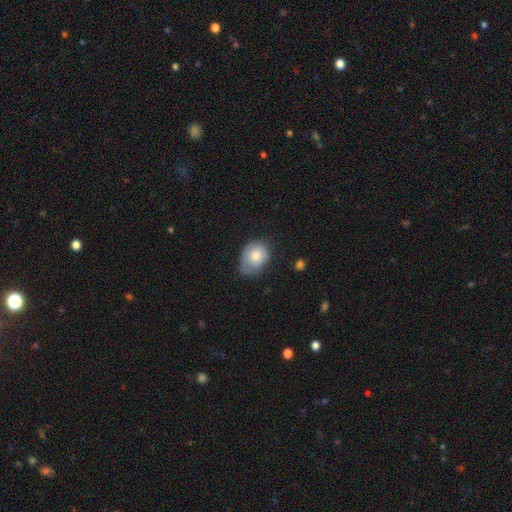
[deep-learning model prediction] A smooth galaxy with no disk features (77%) that is in between round and cigar-shaped (53%).

Vote fractions:
- Smooth or featured? smooth: 77% / featured or disk: 16% / star or artifact: 7%
- How rounded? in between: 53% / round: 46% / cigar-shaped: 1%
- Merging? none: 44% / minor disturbance: 41% / major disturbance: 13% / merger: 2%